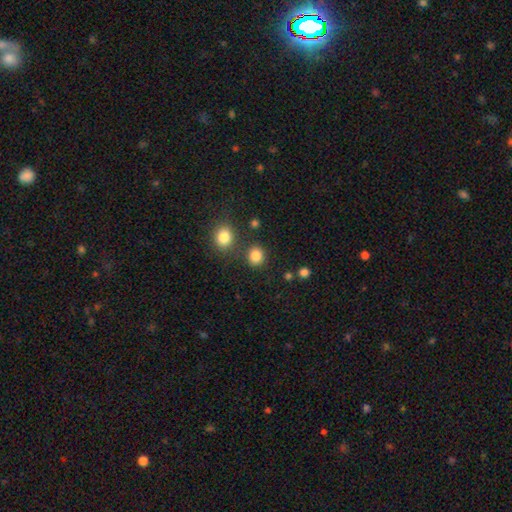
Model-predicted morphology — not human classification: Smooth or featured? Predicted: smooth (p=0.84). How rounded? Predicted: round (p=0.80). Merging? Predicted: none (p=0.79).